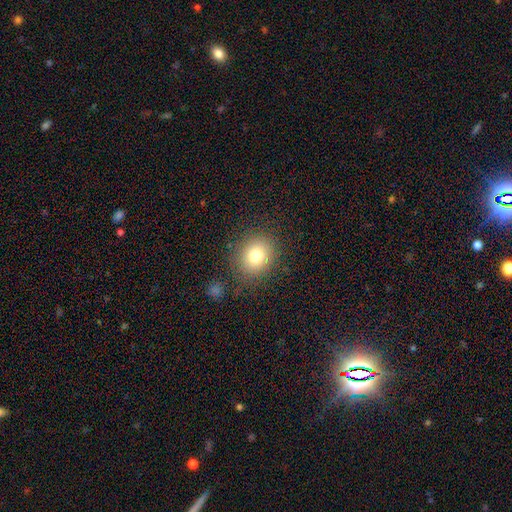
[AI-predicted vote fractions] smooth-or-featured: smooth: 78% | star or artifact: 12% | featured or disk: 10%
  how-rounded: round: 74% | in between: 26% | cigar-shaped: 1%
  merging: none: 84% | minor disturbance: 10% | major disturbance: 4% | merger: 2%